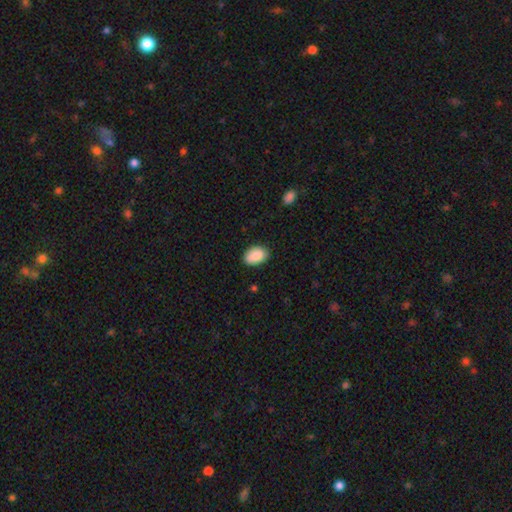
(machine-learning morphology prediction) This appears to be a smooth galaxy with no disk features (88%) that is in between round and cigar-shaped (87%). Merging: none (84%).